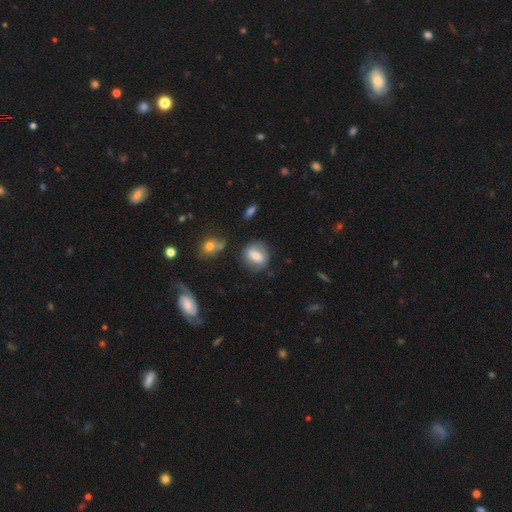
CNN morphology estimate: Smooth or featured? smooth (65%)
How rounded? in between (50%)
Merging? none (69%)